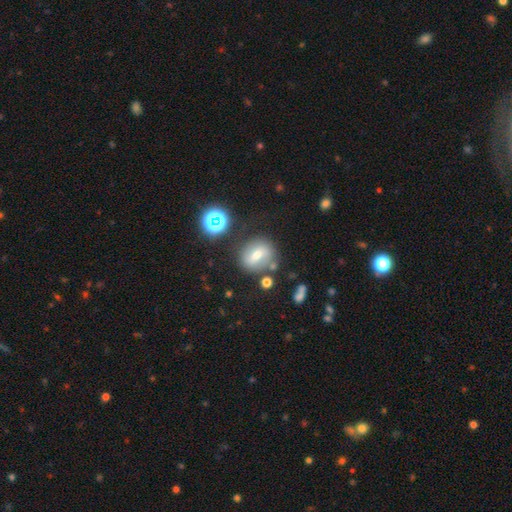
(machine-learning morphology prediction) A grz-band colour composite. It shows a smooth galaxy with no disk features (51%) that is round (65%). Merging: none (71%).